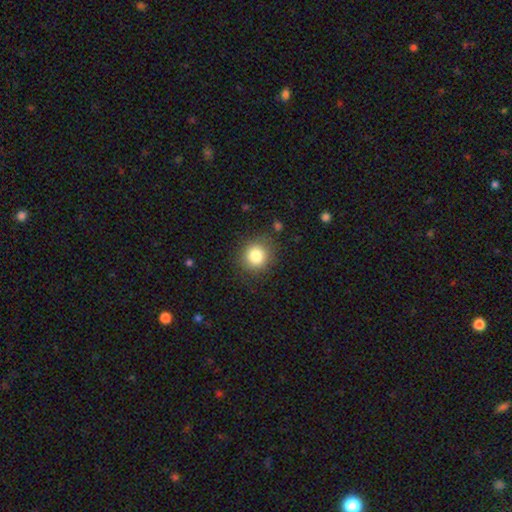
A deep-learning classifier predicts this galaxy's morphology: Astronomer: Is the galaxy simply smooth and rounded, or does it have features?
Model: smooth — 82%.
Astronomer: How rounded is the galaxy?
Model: round — 86%.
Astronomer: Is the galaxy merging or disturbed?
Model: none — 84%.